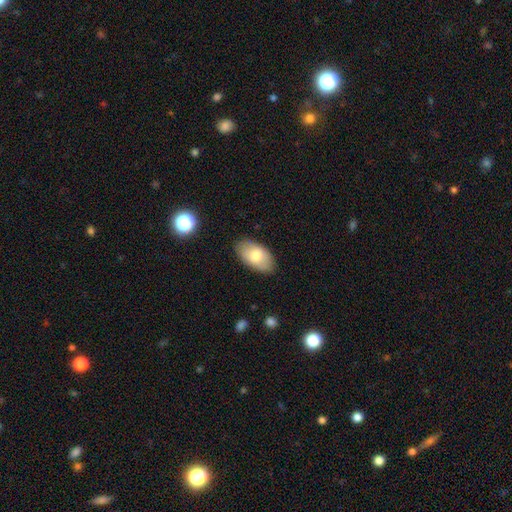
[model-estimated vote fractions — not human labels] Morphology: type=smooth (74%); roundness=in between (94%); merging=none (84%).